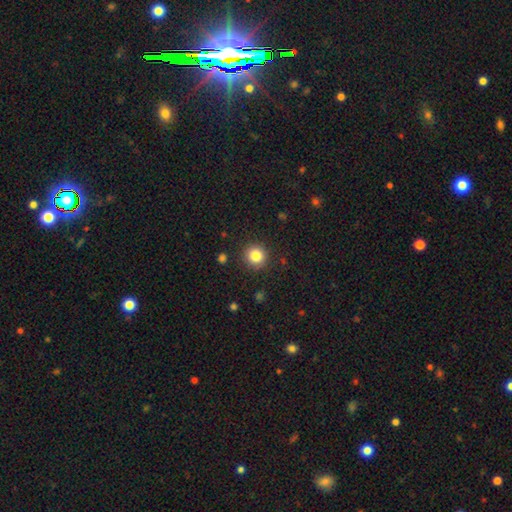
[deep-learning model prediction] Smooth or featured: smooth — 84% (star or artifact — 11%)
How rounded: round — 94% (in between — 6%)
Merging: none — 90% (minor disturbance — 6%)